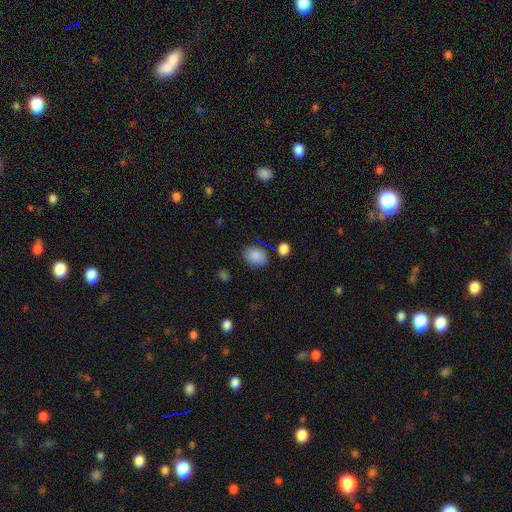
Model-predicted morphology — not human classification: smooth-or-featured: smooth: 87% | star or artifact: 9% | featured or disk: 5%
  how-rounded: in between: 53% | round: 46% | cigar-shaped: 1%
  merging: none: 80% | minor disturbance: 13% | merger: 4% | major disturbance: 4%